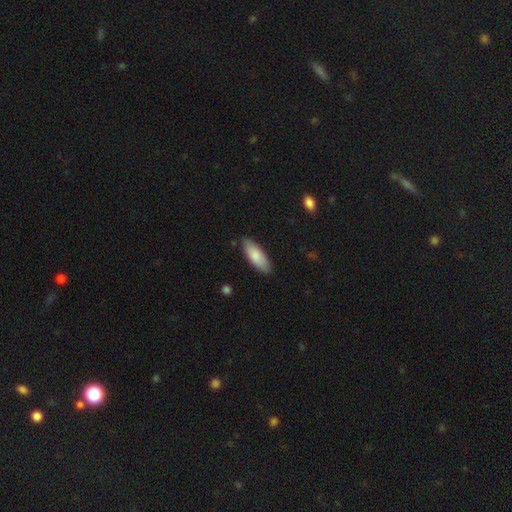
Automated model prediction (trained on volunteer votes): The model was most divided on "how rounded": in between: 73%, cigar-shaped: 26%, round: 2%. More confident: smooth or featured — smooth (83%); merging — none (82%).